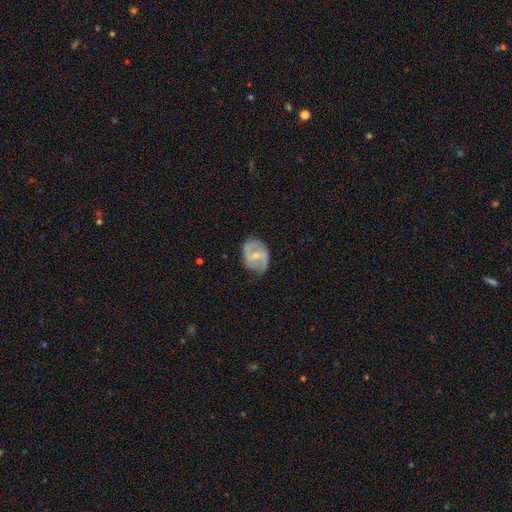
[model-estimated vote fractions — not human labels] smooth_or_featured: featured or disk (p=0.71) [alt: smooth p=0.23]
disk_edge_on: no (p=0.97) [alt: yes p=0.03]
bar: weak (p=0.49) [alt: no p=0.30]
has_spiral_arms: yes (p=0.84) [alt: no p=0.16]
spiral_winding: medium (p=0.47) [alt: loose p=0.29]
spiral_arm_count: 2 (p=0.81) [alt: can't tell p=0.10]
bulge_size: moderate (p=0.55) [alt: small p=0.41]
merging: none (p=0.63) [alt: minor disturbance p=0.27]